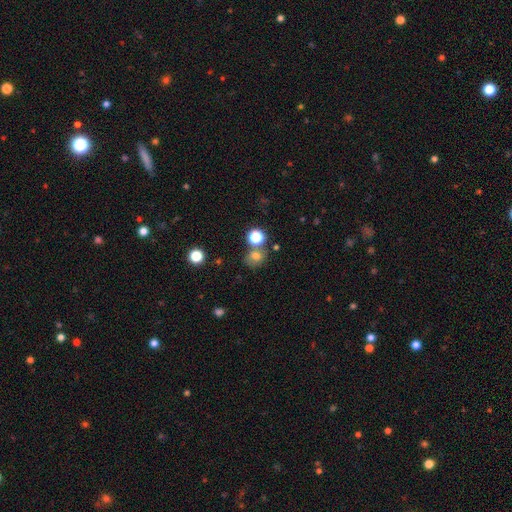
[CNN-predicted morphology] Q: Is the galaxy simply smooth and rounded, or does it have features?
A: smooth — 70%.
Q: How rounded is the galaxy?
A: round — 66%.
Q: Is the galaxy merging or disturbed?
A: none — 61%.